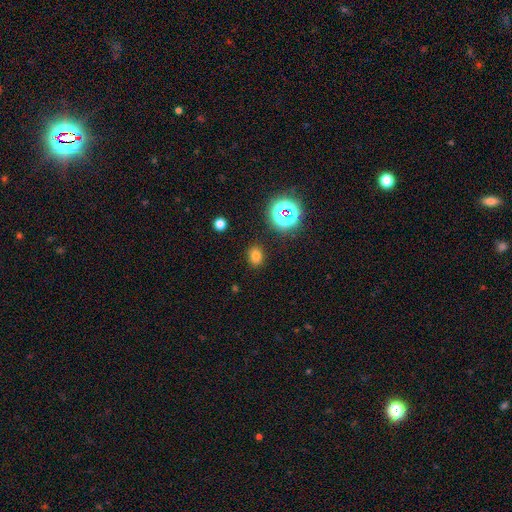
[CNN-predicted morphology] smooth 72%, star or artifact 21%, featured or disk 7%. Down the decision tree: how rounded — in between (52%); merging — none (87%).